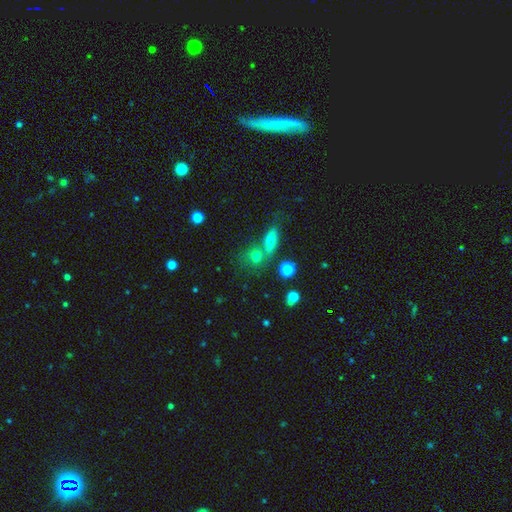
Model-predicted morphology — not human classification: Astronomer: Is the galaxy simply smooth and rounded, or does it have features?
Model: smooth — 73%.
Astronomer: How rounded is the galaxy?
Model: round — 64%.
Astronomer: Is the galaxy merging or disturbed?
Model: none — 56%.